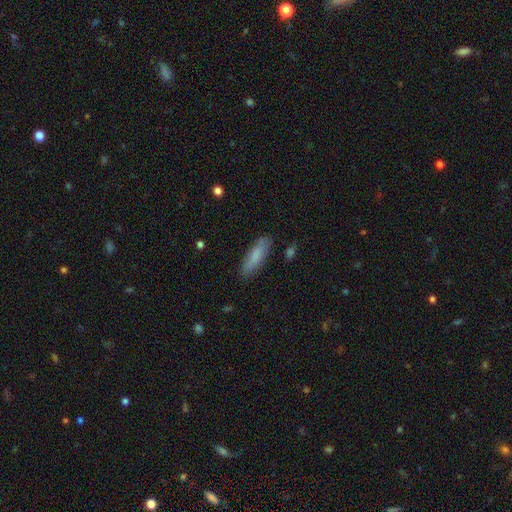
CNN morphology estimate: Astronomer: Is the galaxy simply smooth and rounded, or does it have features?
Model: smooth — 79%.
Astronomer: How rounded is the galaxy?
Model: cigar-shaped — 55% (runner-up: in between, 43%).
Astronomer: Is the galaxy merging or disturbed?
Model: none — 83%.